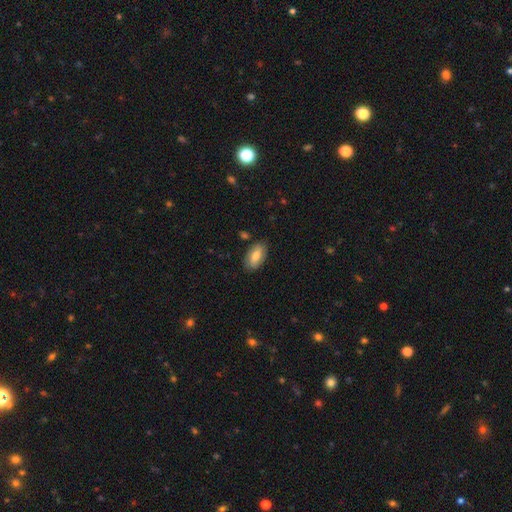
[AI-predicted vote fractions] This is likely a smooth galaxy (74%). How rounded: clearly in between (93%). Merging: clearly none (83%).